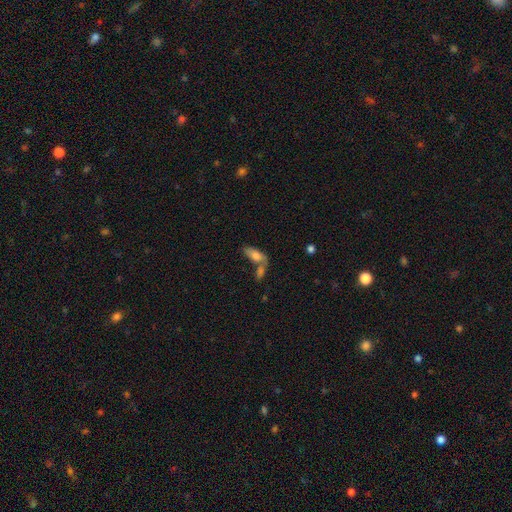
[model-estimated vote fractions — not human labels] smooth 75%, featured or disk 17%, star or artifact 8%. Down the decision tree: how rounded — in between (84%); merging — merger (47%).